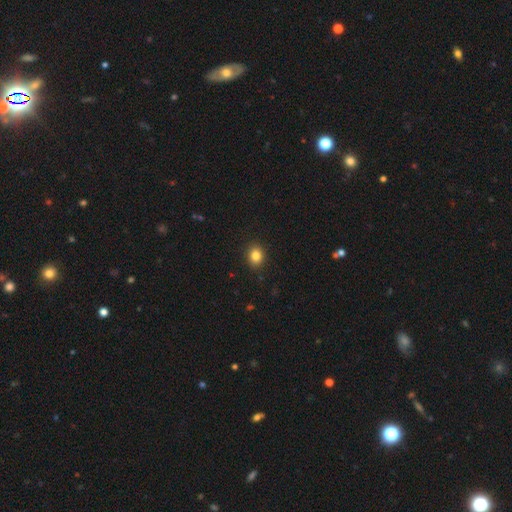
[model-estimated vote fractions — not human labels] Q: Smooth or featured?
A: smooth (84%); runner-up: star or artifact (10%)
Q: How rounded?
A: round (61%); runner-up: in between (38%)
Q: Merging?
A: none (90%); runner-up: minor disturbance (7%)